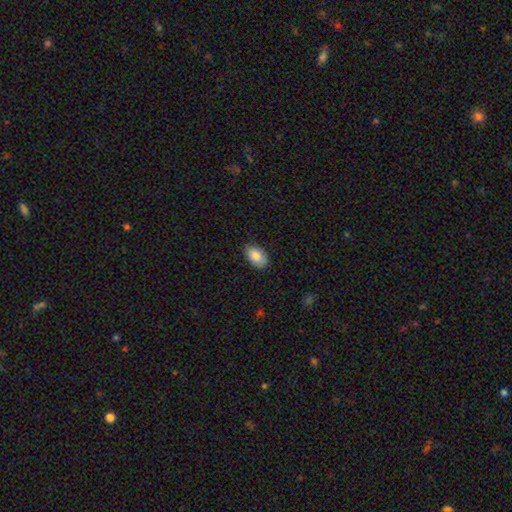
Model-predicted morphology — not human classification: Q: Smooth or featured?
A: smooth (86%); runner-up: featured or disk (7%)
Q: How rounded?
A: in between (93%); runner-up: round (6%)
Q: Merging?
A: none (82%); runner-up: minor disturbance (15%)